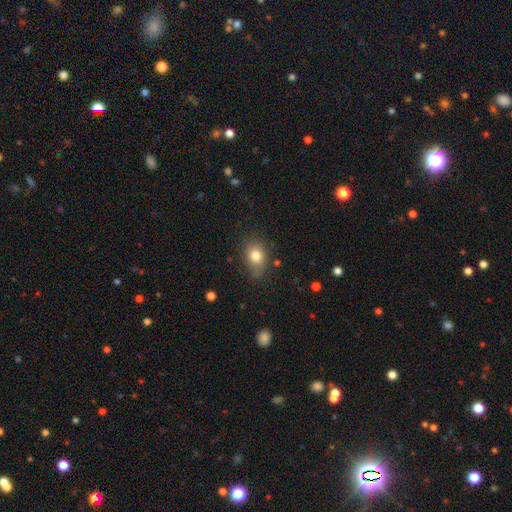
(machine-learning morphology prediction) Smooth or featured? smooth (80%)
How rounded? in between (66%)
Merging? none (70%)